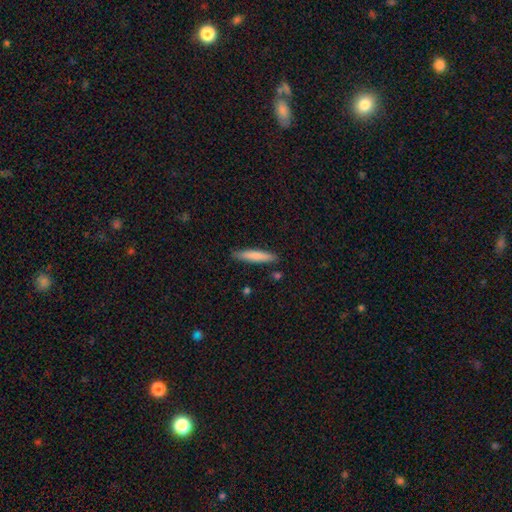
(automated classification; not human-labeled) Smooth or featured: smooth — 78% (featured or disk — 17%)
How rounded: cigar-shaped — 89% (in between — 9%)
Merging: none — 87% (minor disturbance — 9%)